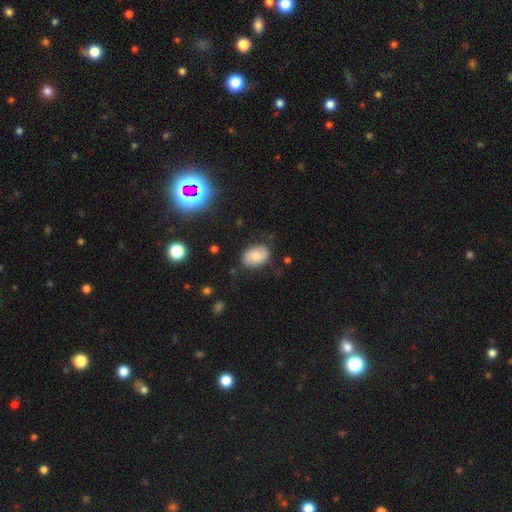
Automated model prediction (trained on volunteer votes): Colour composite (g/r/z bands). It shows a smooth galaxy with no disk features (67%) that is in between round and cigar-shaped (85%). Merging: none (77%).